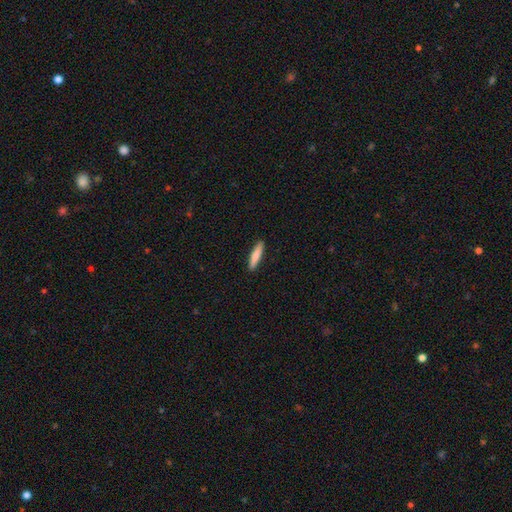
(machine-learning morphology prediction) Overall: smooth (80%). How rounded: cigar-shaped (87%). Merging: none (91%).